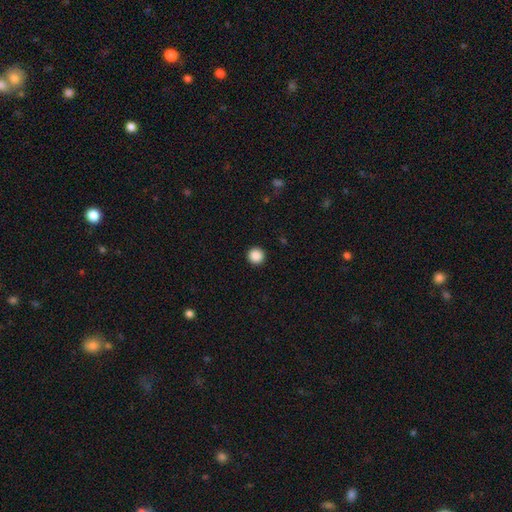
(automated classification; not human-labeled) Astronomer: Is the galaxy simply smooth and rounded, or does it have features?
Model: smooth — 88%.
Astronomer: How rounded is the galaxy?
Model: round — 96%.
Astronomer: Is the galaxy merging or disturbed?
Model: none — 93%.